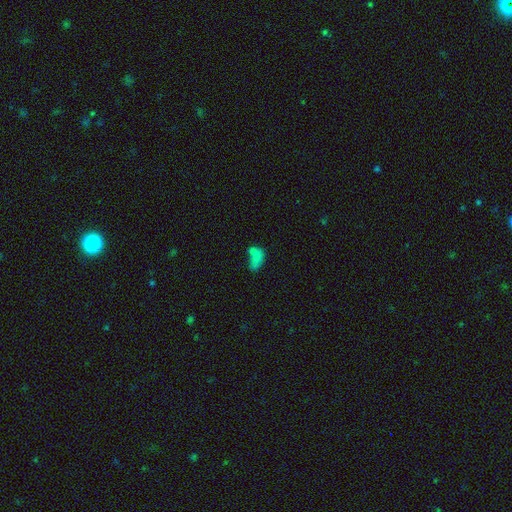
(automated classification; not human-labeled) A smooth galaxy with no disk features (70%) that is in between round and cigar-shaped (84%). Merging: merger (45%).